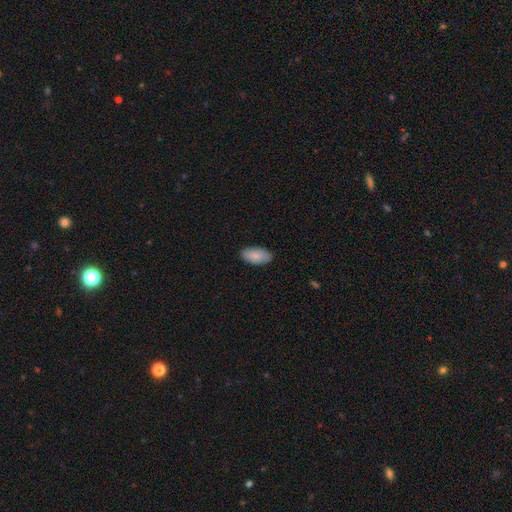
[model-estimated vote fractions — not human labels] Smooth or featured? smooth (86%)
How rounded? in between (93%)
Merging? none (88%)